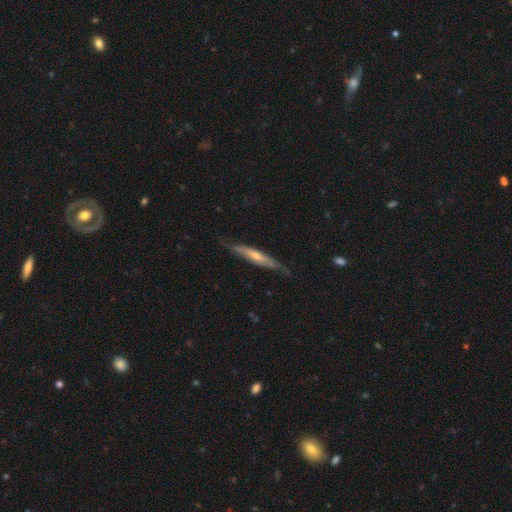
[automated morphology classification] A featured or disk galaxy (63%) viewed edge-on (76%).

Vote fractions:
- Smooth or featured? featured or disk: 63% / smooth: 32% / star or artifact: 5%
- Edge-on disk? yes: 76% / no: 24%
- Merging? none: 70% / minor disturbance: 23% / major disturbance: 6% / merger: 2%